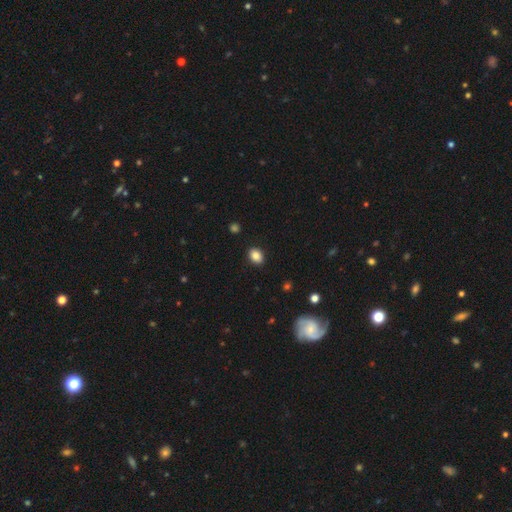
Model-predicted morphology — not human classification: smooth-or-featured: smooth: 86% | star or artifact: 9% | featured or disk: 5%
  how-rounded: in between: 70% | round: 29% | cigar-shaped: 1%
  merging: none: 89% | minor disturbance: 8% | major disturbance: 2% | merger: 1%